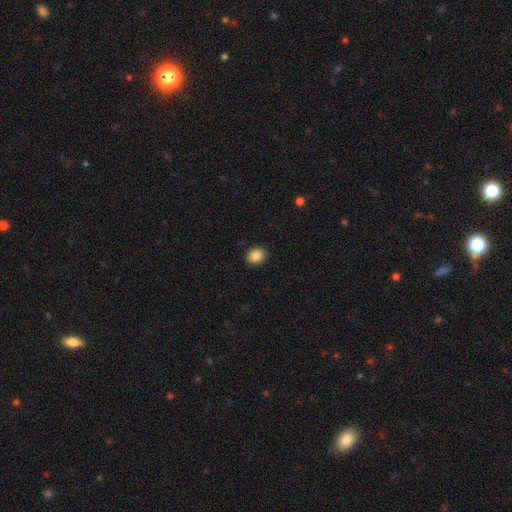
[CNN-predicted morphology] A smooth galaxy with no disk features (86%) that is round (68%). Merging: none (91%).